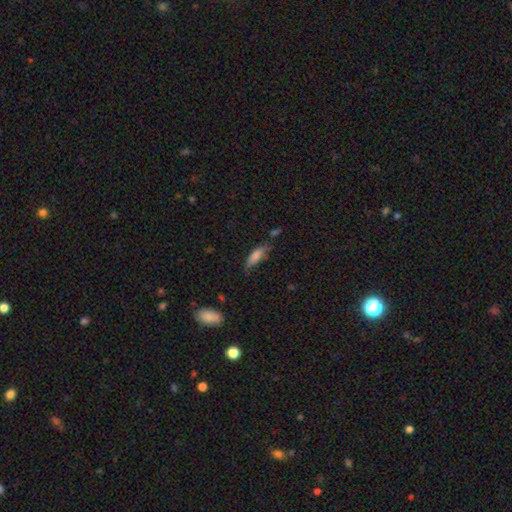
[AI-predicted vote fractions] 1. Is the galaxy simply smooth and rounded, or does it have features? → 75% smooth, 17% featured or disk, 8% star or artifact.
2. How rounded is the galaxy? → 56% in between, 42% cigar-shaped, 2% round.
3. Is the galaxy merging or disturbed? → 55% none, 31% minor disturbance, 8% major disturbance, 5% merger.